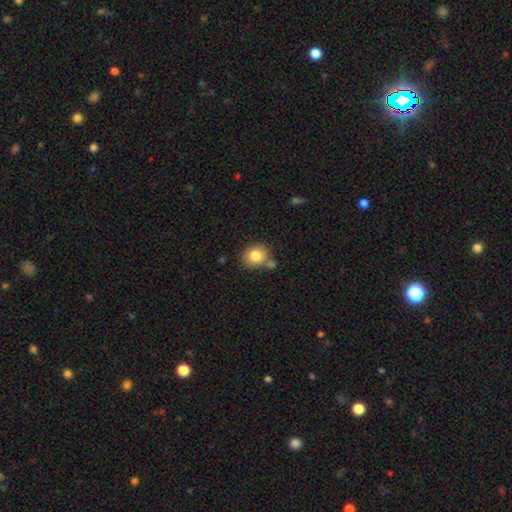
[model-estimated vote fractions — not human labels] Smooth or featured: smooth — 81% (featured or disk — 10%)
How rounded: round — 74% (in between — 25%)
Merging: none — 67% (merger — 16%)